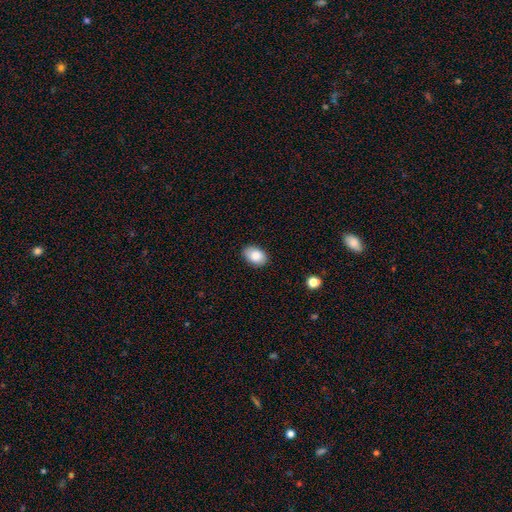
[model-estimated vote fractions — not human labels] This appears to be a smooth galaxy with no disk features (86%) that is in between round and cigar-shaped (86%). Merging: none (86%).